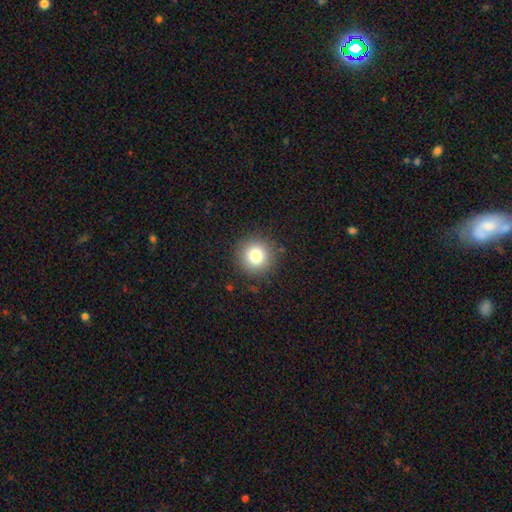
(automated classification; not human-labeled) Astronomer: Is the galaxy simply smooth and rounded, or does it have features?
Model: smooth — 79%.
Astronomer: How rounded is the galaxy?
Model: round — 95%.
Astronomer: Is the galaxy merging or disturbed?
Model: none — 89%.